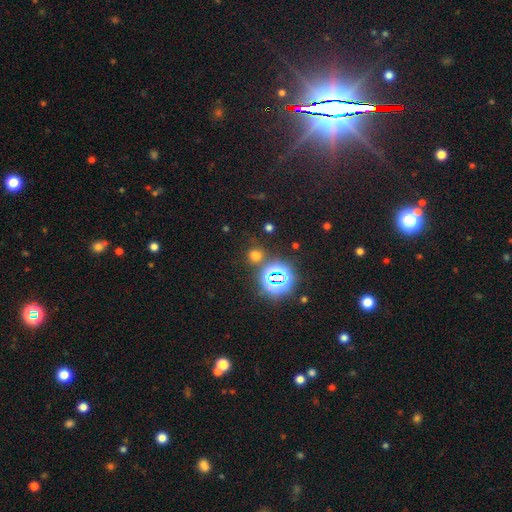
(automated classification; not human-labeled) smooth-or-featured: smooth: 54% | star or artifact: 40% | featured or disk: 6%
  how-rounded: round: 86% | in between: 13% | cigar-shaped: 1%
  merging: none: 78% | minor disturbance: 9% | merger: 8% | major disturbance: 4%